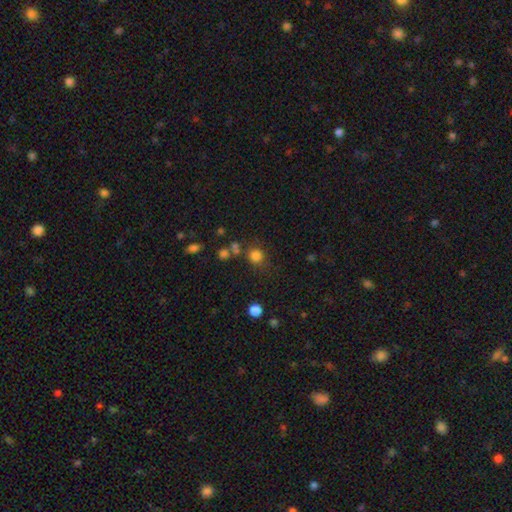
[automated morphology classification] Q: Smooth or featured?
A: smooth (79%); runner-up: star or artifact (15%)
Q: How rounded?
A: round (86%); runner-up: in between (13%)
Q: Merging?
A: none (71%); runner-up: minor disturbance (12%)